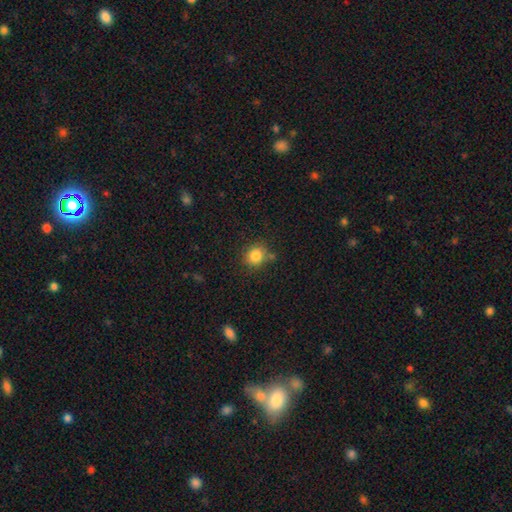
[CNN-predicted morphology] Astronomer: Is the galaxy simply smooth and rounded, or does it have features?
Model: smooth — 84%.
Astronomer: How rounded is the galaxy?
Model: round — 84%.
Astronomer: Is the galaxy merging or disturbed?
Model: none — 75%.